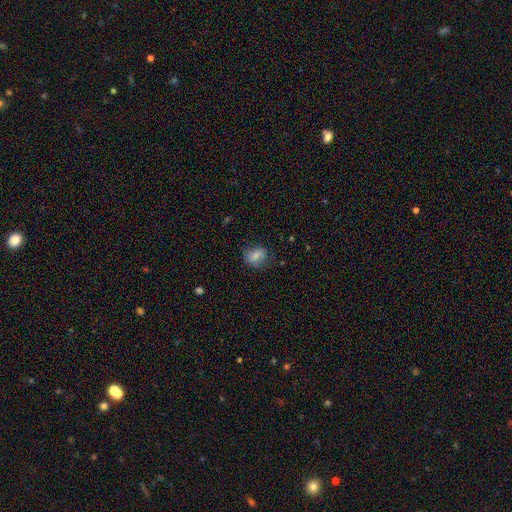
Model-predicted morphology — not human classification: This is likely a smooth galaxy (73%). How rounded: possibly round (52%). Merging: likely none (72%).